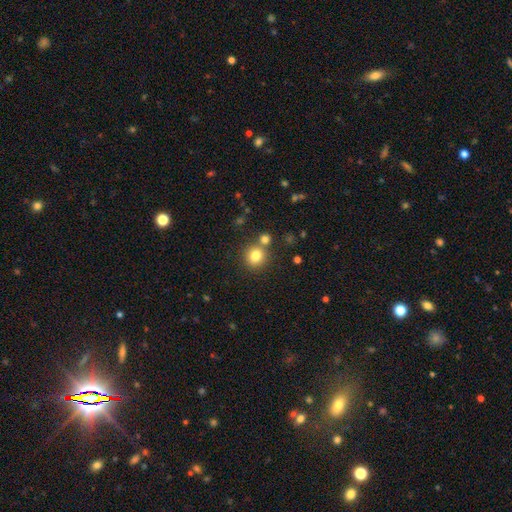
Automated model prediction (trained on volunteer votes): The model was most divided on "merging": none: 73%, merger: 16%, minor disturbance: 8%, major disturbance: 3%. More confident: how rounded — round (87%); smooth or featured — smooth (80%).